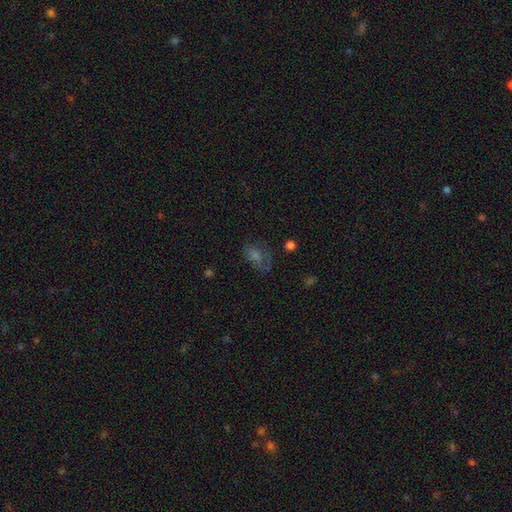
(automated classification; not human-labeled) Morphology: type=smooth (39%); merging=none (58%).